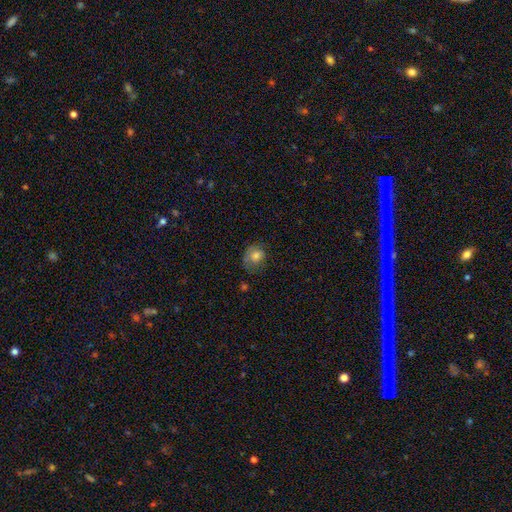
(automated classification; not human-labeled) Overall: smooth (72%). How rounded: round (60%; in between 39%). Merging: none (53%; minor disturbance 29%).